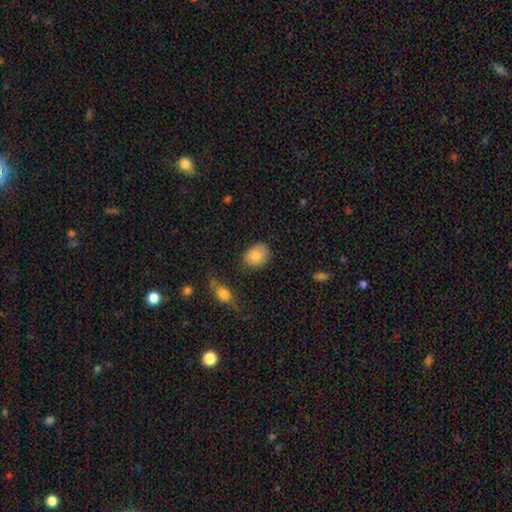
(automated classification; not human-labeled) Smooth or featured: smooth — 83% (featured or disk — 10%)
How rounded: in between — 58% (round — 41%)
Merging: none — 77% (minor disturbance — 17%)